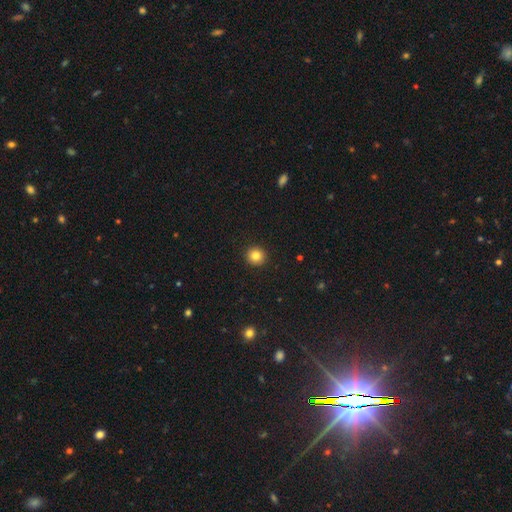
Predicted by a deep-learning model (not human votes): Morphology: type=smooth (83%); roundness=round (94%); merging=none (93%).